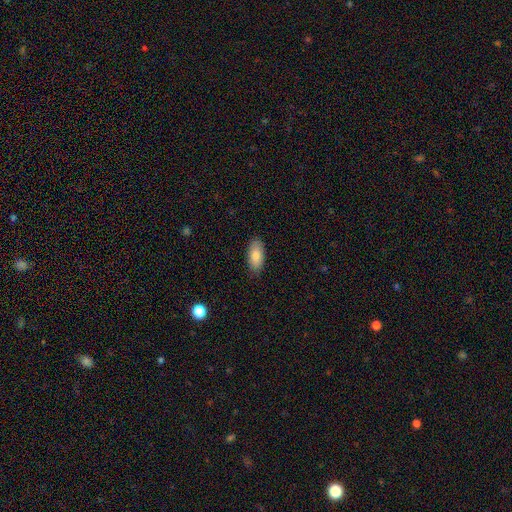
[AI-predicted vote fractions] A smooth galaxy with no disk features (82%) that is in between round and cigar-shaped (89%).

Vote fractions:
- Smooth or featured? smooth: 82% / featured or disk: 12% / star or artifact: 7%
- How rounded? in between: 89% / cigar-shaped: 8% / round: 2%
- Merging? none: 87% / minor disturbance: 10% / major disturbance: 2% / merger: 1%